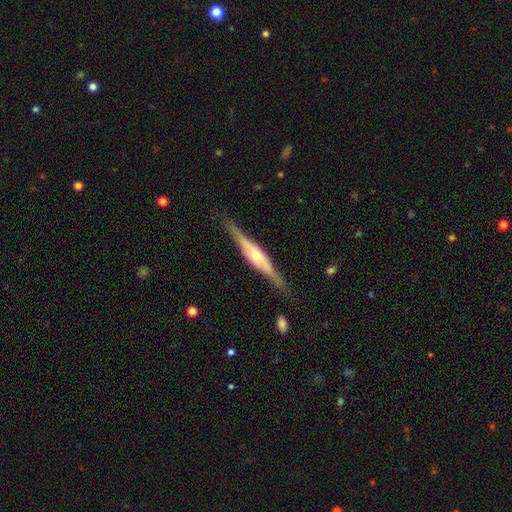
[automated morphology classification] type=featured or disk (80%); edge-on=yes (97%); edge-on bulge=rounded (84%); merging=none (86%).